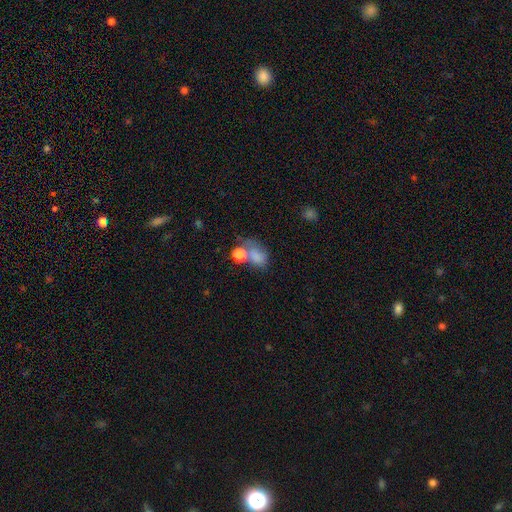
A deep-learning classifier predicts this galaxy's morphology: smooth-or-featured: smooth: 75% | star or artifact: 14% | featured or disk: 12%
  how-rounded: in between: 70% | round: 28% | cigar-shaped: 1%
  merging: merger: 35% | none: 32% | minor disturbance: 17% | major disturbance: 16%